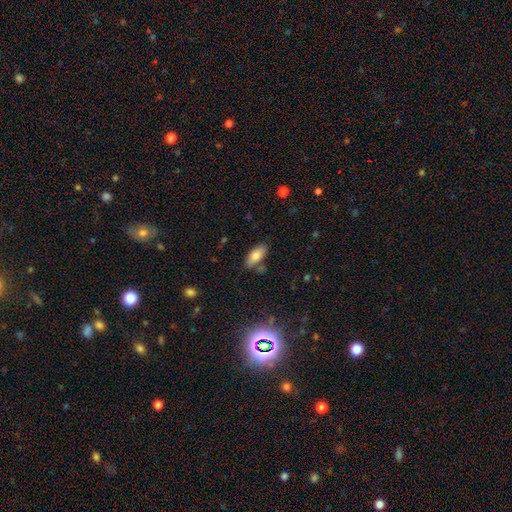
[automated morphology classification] A smooth galaxy with no disk features (80%) that is in between round and cigar-shaped (86%). Merging: none (80%).